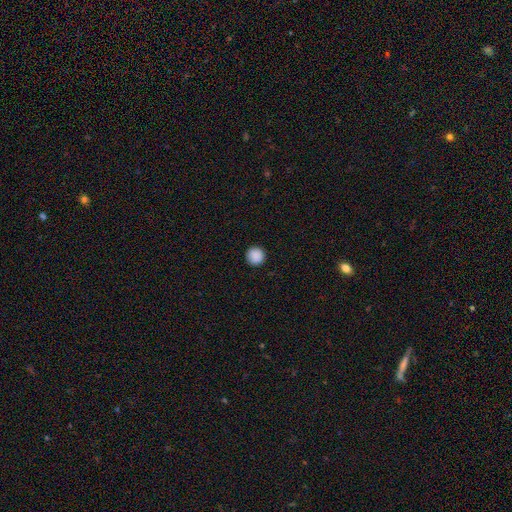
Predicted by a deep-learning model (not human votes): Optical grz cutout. It shows a smooth galaxy with no disk features (89%) that is round (96%). Merging: none (93%).